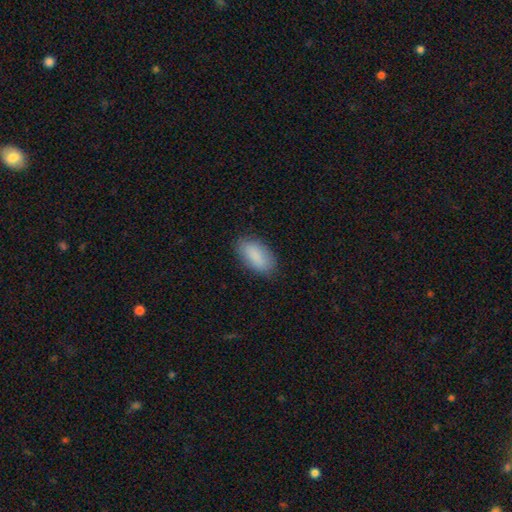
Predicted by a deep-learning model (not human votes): This is clearly a smooth galaxy (88%). How rounded: clearly in between (91%). Merging: clearly none (84%).